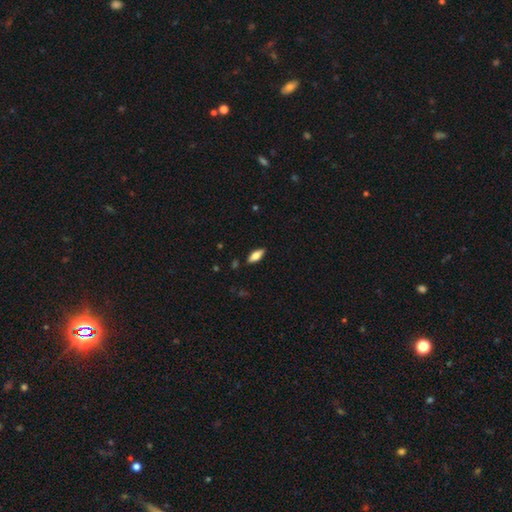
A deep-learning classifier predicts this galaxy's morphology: smooth_or_featured: smooth (p=0.69) [alt: featured or disk p=0.25]
how_rounded: in between (p=0.73) [alt: cigar-shaped p=0.25]
merging: none (p=0.87) [alt: minor disturbance p=0.10]